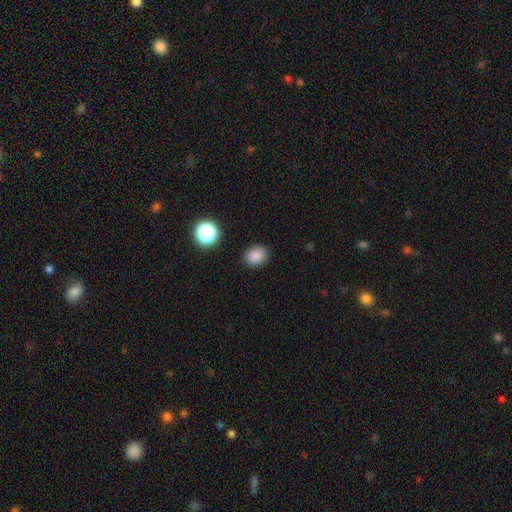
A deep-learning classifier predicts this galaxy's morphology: smooth_or_featured: smooth (p=0.84) [alt: star or artifact p=0.12]
how_rounded: round (p=0.58) [alt: in between p=0.41]
merging: none (p=0.88) [alt: minor disturbance p=0.08]